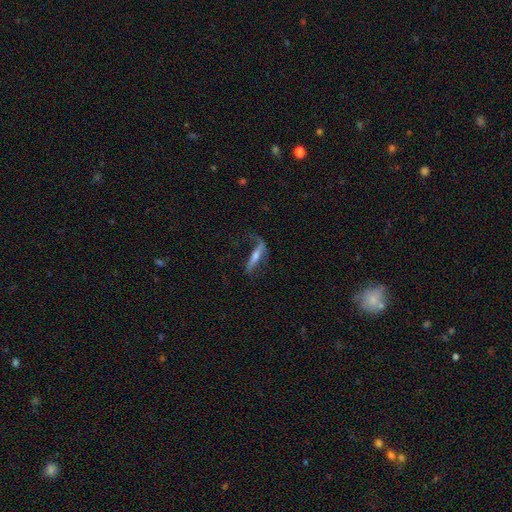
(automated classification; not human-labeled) Smooth or featured? Predicted: featured or disk (p=0.60). Edge-on disk? Predicted: yes (p=0.67). Merging? Predicted: none (p=0.42).